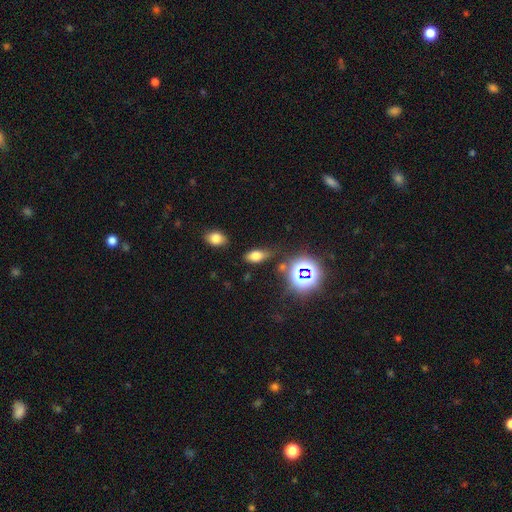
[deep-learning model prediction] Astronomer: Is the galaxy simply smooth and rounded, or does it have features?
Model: smooth — 67%.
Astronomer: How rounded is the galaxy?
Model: in between — 84%.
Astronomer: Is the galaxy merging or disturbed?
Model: none — 69%.